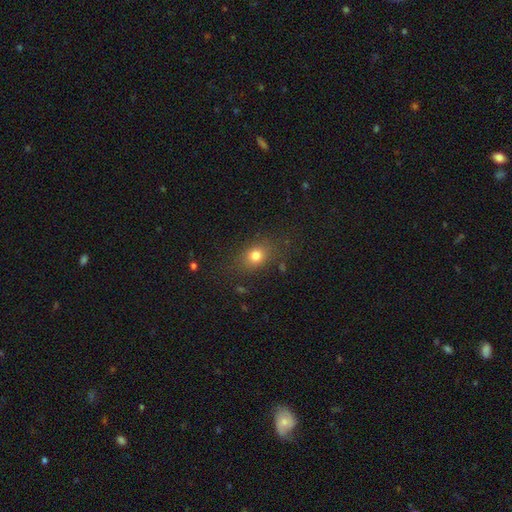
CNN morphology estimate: Q: Smooth or featured?
A: smooth (77%); runner-up: star or artifact (13%)
Q: How rounded?
A: in between (53%); runner-up: round (45%)
Q: Merging?
A: none (77%); runner-up: minor disturbance (15%)